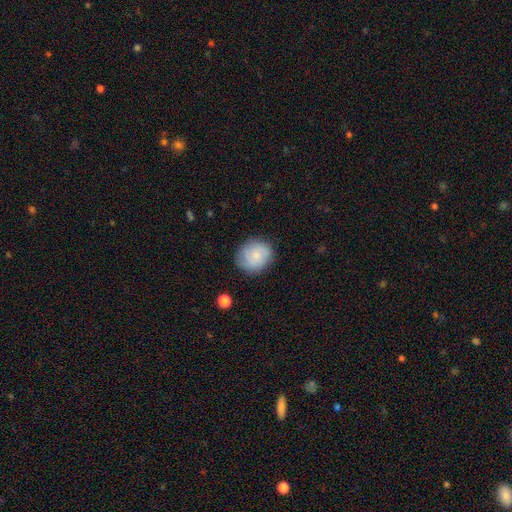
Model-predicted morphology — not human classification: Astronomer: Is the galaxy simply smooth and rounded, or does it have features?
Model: smooth — 70%.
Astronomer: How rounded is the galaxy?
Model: round — 75%.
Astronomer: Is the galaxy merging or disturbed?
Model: none — 81%.